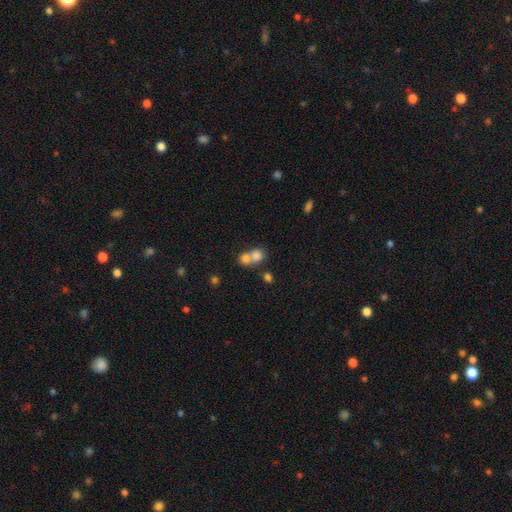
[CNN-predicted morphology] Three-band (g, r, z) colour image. It shows a smooth galaxy with no disk features (77%) that is round (74%). Merging: merger (60%).